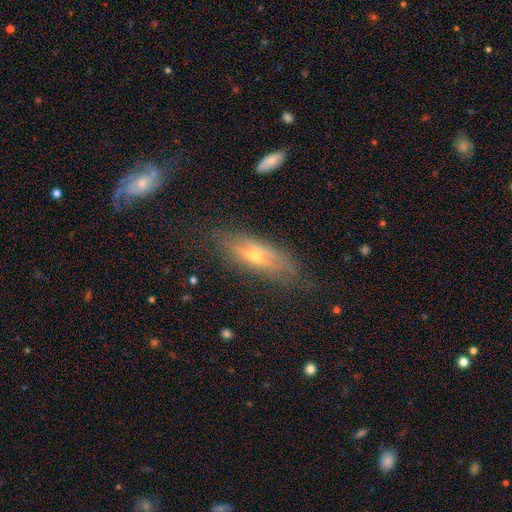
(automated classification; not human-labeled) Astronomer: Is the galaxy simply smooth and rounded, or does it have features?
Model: featured or disk — 53% (runner-up: smooth, 37%).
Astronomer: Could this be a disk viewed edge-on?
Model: yes — 78%.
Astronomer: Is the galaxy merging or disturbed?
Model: none — 77%.